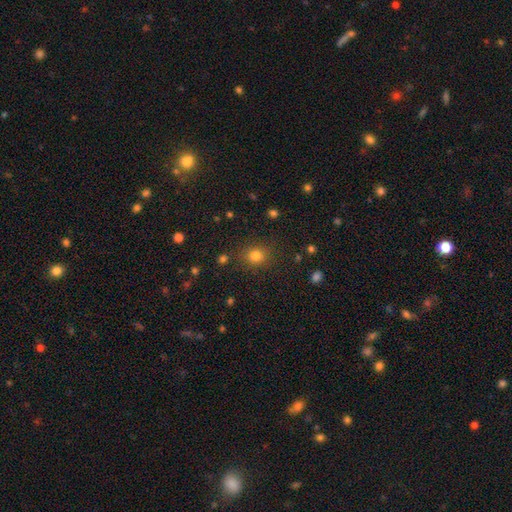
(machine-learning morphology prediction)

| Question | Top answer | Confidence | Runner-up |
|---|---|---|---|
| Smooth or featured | smooth | 79% | star or artifact (15%) |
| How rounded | round | 73% | in between (26%) |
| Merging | none | 85% | minor disturbance (9%) |